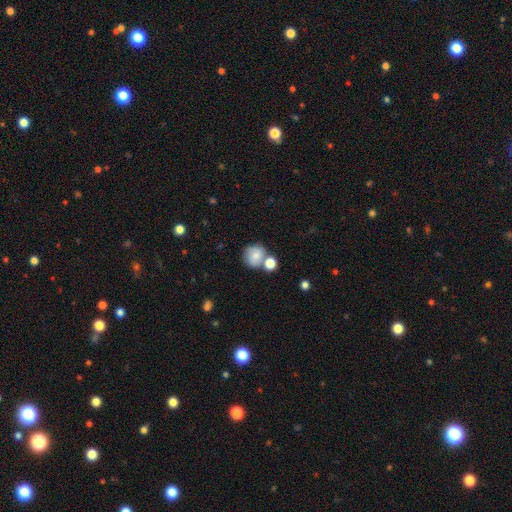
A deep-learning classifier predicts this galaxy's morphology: smooth-or-featured: smooth: 77% | featured or disk: 14% | star or artifact: 9%
  how-rounded: round: 86% | in between: 13% | cigar-shaped: 1%
  merging: none: 51% | merger: 33% | minor disturbance: 12% | major disturbance: 4%